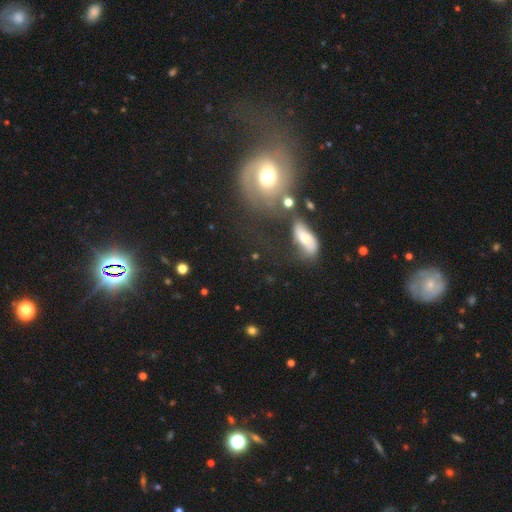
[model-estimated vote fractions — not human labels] Morphology: type=featured or disk (44%); merging=none (45%).